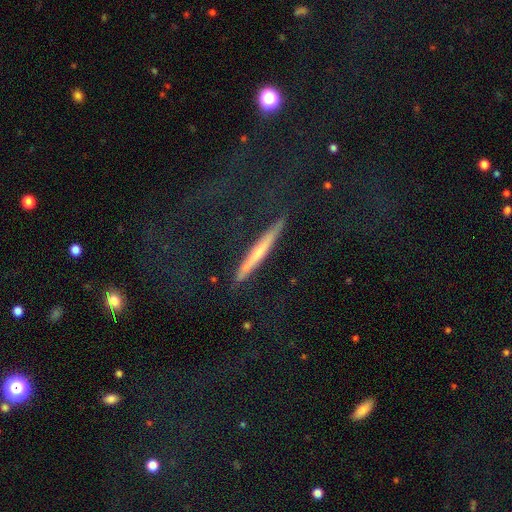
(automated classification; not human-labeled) Overall: featured or disk (62%; smooth 26%). Edge-on disk: yes (91%). Edge-on bulge: rounded (64%; none 29%). Merging: none (74%).